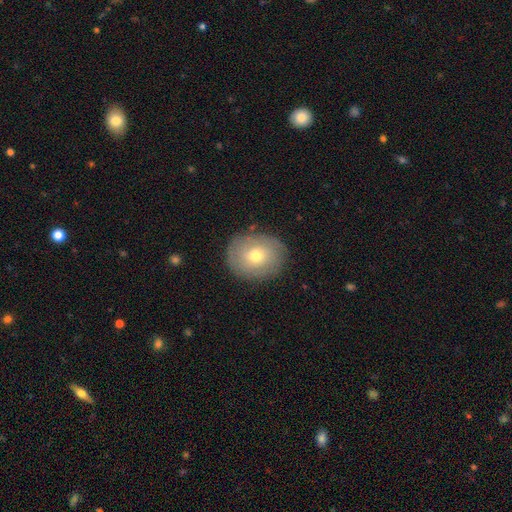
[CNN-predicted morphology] This appears to be a smooth galaxy with no disk features (57%) that is round (65%). Merging: none (84%).